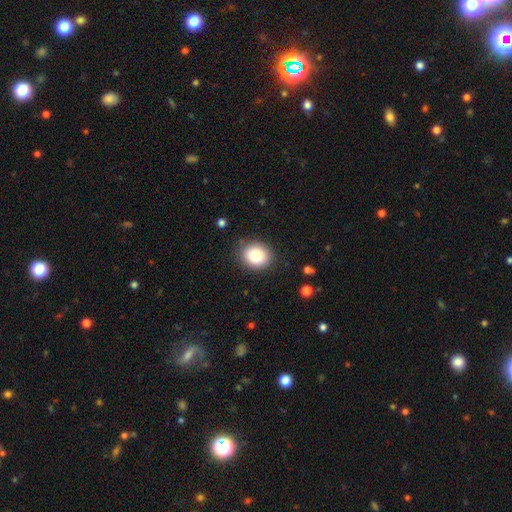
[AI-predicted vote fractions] Smooth or featured? Predicted: smooth (p=0.82). How rounded? Predicted: round (p=0.69). Merging? Predicted: none (p=0.86).